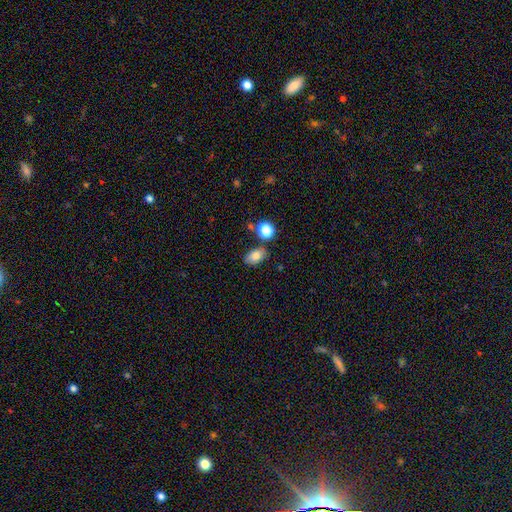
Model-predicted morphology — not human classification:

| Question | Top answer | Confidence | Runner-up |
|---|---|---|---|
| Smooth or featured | smooth | 81% | star or artifact (10%) |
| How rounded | in between | 85% | round (14%) |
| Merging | none | 73% | minor disturbance (14%) |